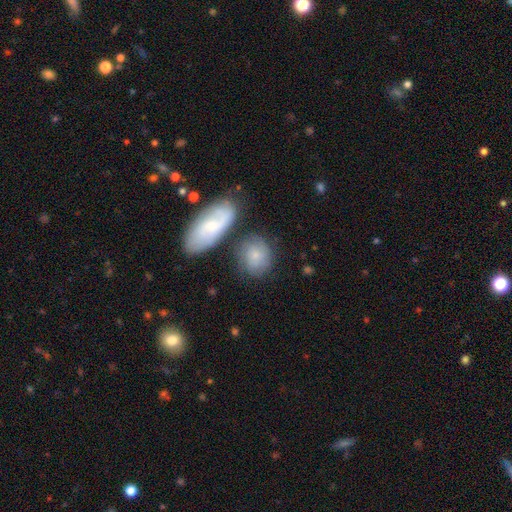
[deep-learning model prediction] Smooth or featured: smooth — 67% (featured or disk — 26%)
How rounded: round — 64% (in between — 34%)
Merging: none — 64% (minor disturbance — 16%)